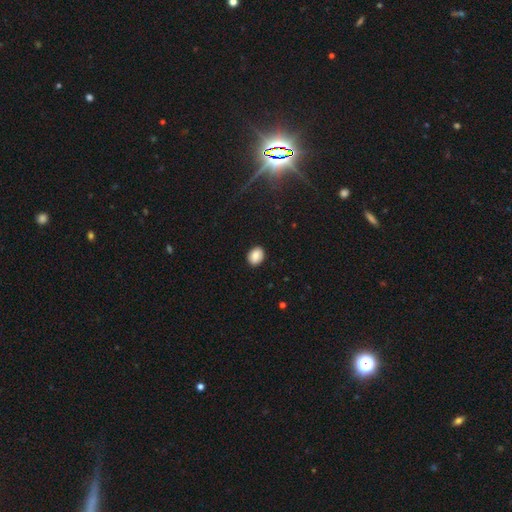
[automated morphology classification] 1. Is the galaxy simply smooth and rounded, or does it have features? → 86% smooth, 8% star or artifact, 6% featured or disk.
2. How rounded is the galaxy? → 62% in between, 37% round, 1% cigar-shaped.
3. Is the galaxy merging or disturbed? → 89% none, 8% minor disturbance, 2% major disturbance, 1% merger.